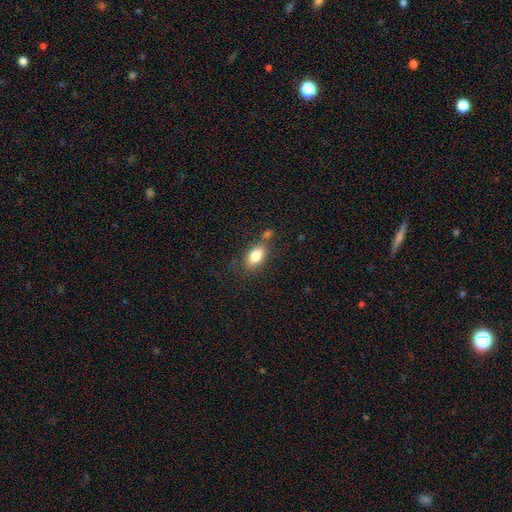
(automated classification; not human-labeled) Smooth or featured: smooth — 80% (featured or disk — 12%)
How rounded: in between — 88% (round — 6%)
Merging: none — 65% (minor disturbance — 17%)